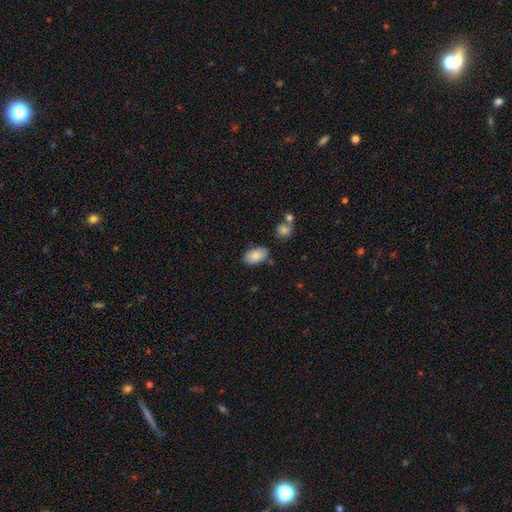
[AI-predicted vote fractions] A smooth galaxy with no disk features (83%) that is in between round and cigar-shaped (93%).

Vote fractions:
- Smooth or featured? smooth: 83% / featured or disk: 10% / star or artifact: 7%
- How rounded? in between: 93% / round: 5% / cigar-shaped: 2%
- Merging? none: 78% / minor disturbance: 14% / merger: 5% / major disturbance: 3%